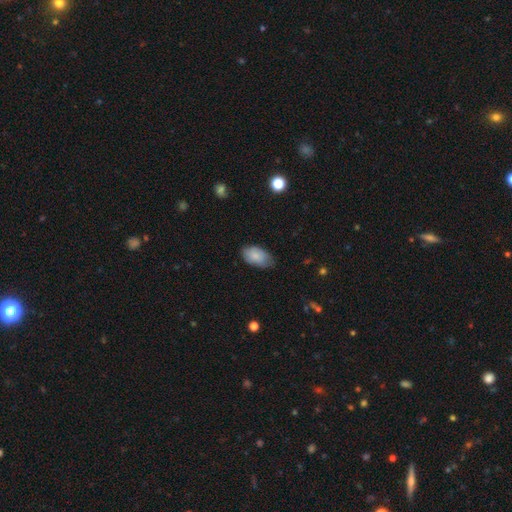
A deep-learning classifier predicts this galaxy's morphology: Smooth or featured: smooth — 84% (featured or disk — 10%)
How rounded: in between — 94% (round — 5%)
Merging: none — 67% (minor disturbance — 27%)